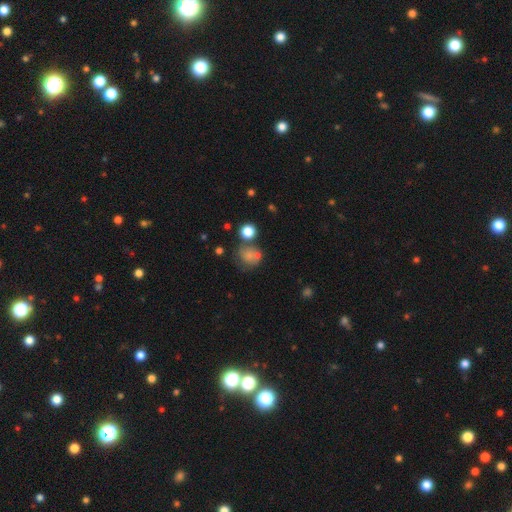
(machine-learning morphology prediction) Smooth or featured? star or artifact (49%)